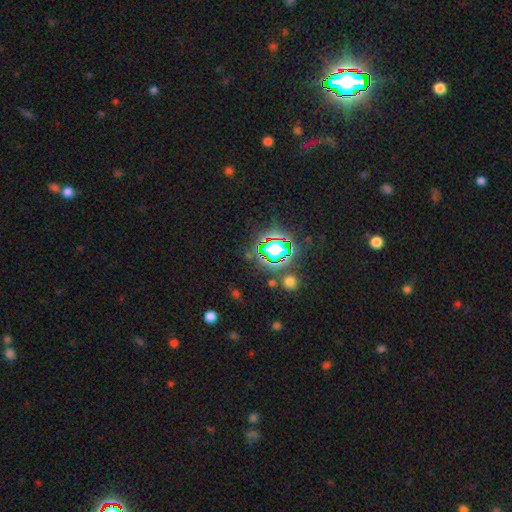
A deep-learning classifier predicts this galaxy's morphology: Smooth or featured? star or artifact (79%)